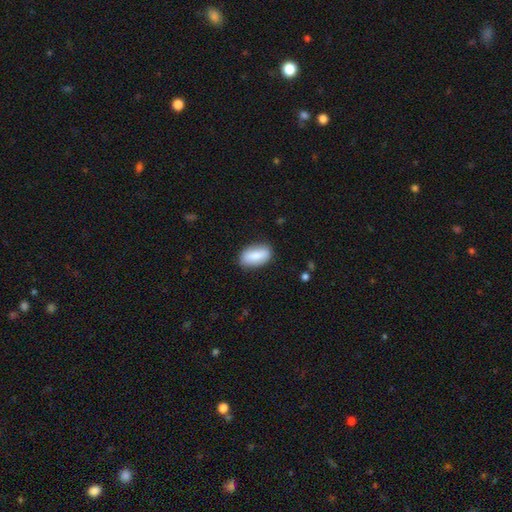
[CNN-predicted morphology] Q: Smooth or featured?
A: smooth (79%); runner-up: featured or disk (15%)
Q: How rounded?
A: in between (90%); runner-up: cigar-shaped (6%)
Q: Merging?
A: none (82%); runner-up: minor disturbance (13%)